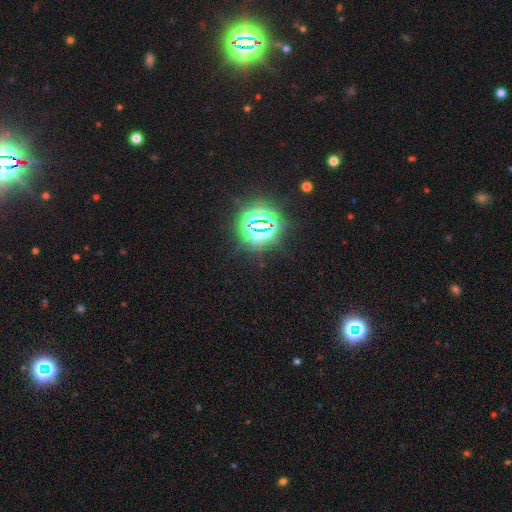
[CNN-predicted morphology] type=star or artifact (79%).